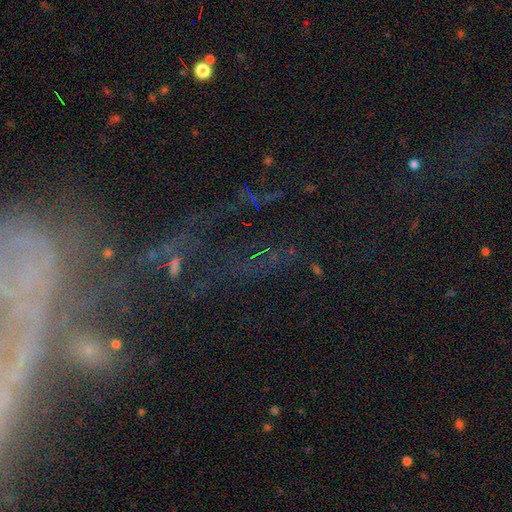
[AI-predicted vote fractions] Smooth or featured? Predicted: star or artifact (p=0.73).